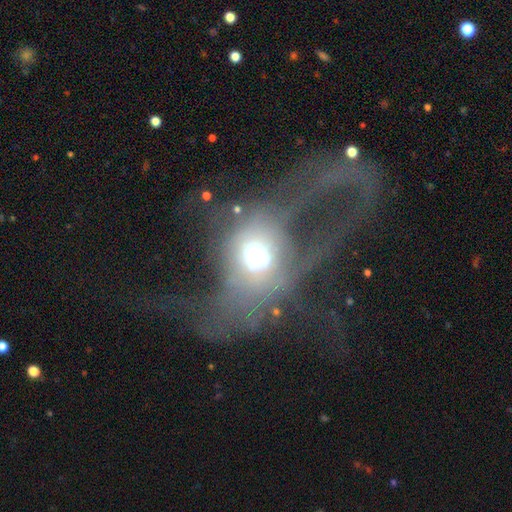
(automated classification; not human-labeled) Q: Smooth or featured?
A: smooth (41%); runner-up: featured or disk (38%)
Q: Merging?
A: major disturbance (50%); runner-up: none (29%)